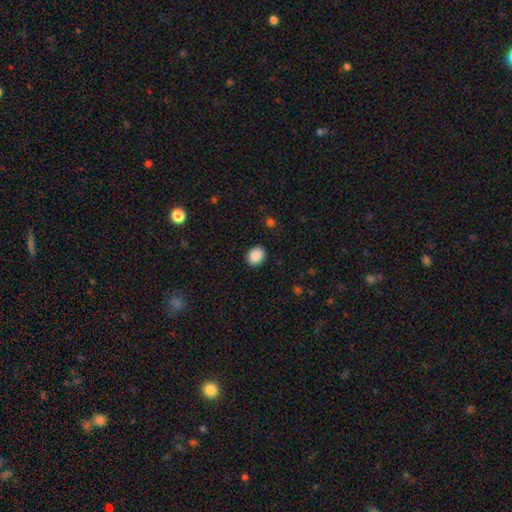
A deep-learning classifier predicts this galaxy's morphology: Overall: smooth (89%). How rounded: round (50%; in between 49%). Merging: none (90%).